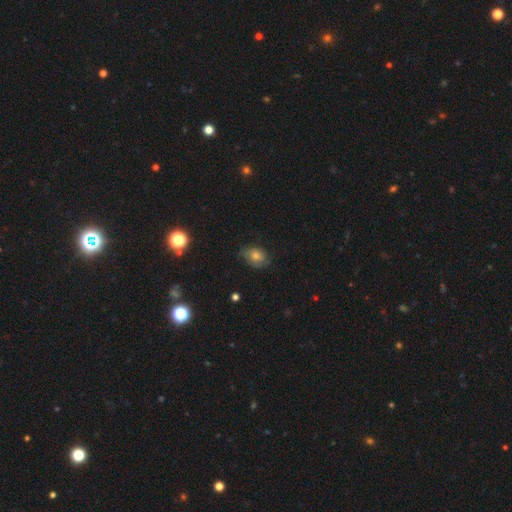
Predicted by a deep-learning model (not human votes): This is possibly a smooth galaxy (57%). How rounded: likely in between (61%). Merging: likely none (69%).